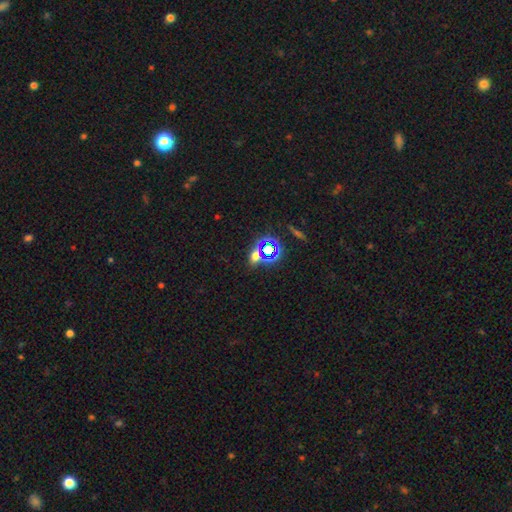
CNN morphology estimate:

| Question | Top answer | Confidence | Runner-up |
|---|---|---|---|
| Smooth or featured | star or artifact | 49% | smooth (39%) |